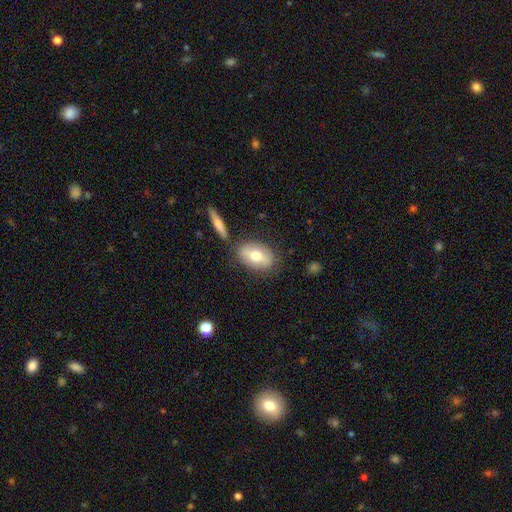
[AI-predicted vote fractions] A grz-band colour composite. It shows a smooth galaxy with no disk features (66%) that is in between round and cigar-shaped (85%). Merging: none (75%).